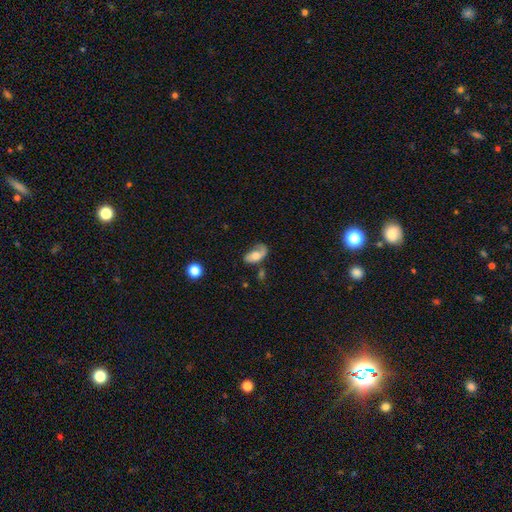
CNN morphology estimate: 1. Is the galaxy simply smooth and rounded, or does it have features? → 57% smooth, 35% featured or disk, 8% star or artifact.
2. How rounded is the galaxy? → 90% in between, 6% round, 4% cigar-shaped.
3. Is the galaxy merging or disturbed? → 38% none, 29% minor disturbance, 27% major disturbance, 6% merger.